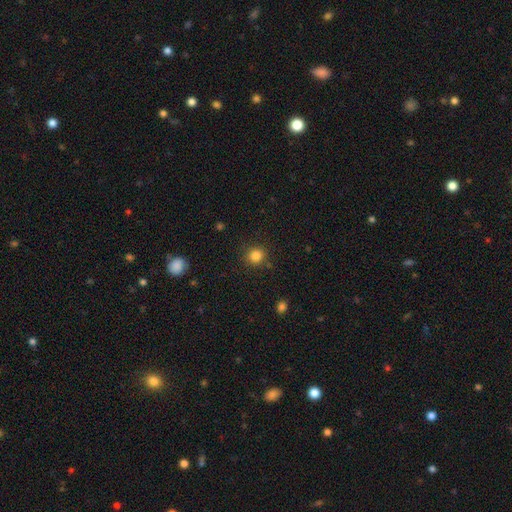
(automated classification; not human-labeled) This is clearly a smooth galaxy (84%). How rounded: clearly round (88%). Merging: clearly none (84%).